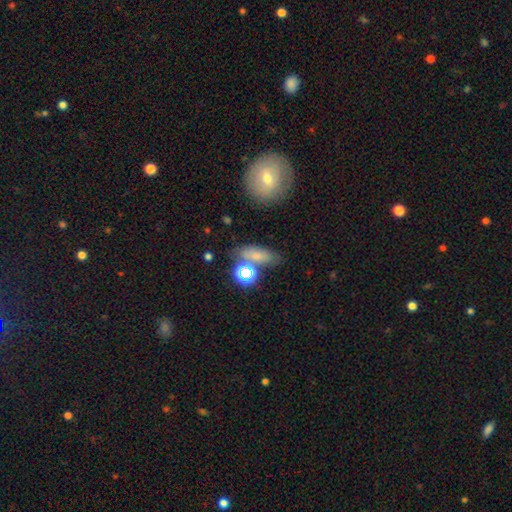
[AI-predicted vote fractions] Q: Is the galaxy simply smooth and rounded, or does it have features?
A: smooth — 68%.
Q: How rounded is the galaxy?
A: in between — 68%.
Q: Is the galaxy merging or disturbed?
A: none — 61%.